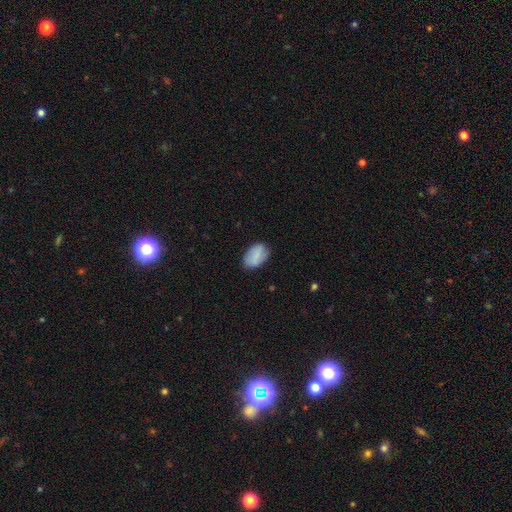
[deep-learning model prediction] This appears to be a smooth galaxy with no disk features (82%) that is in between round and cigar-shaped (90%). Merging: none (77%).